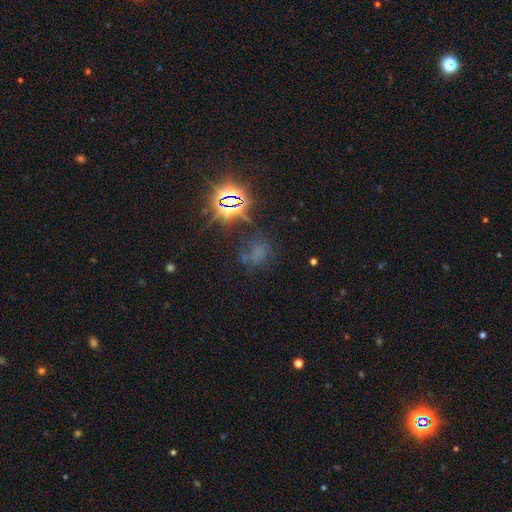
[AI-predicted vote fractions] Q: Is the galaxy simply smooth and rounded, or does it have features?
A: star or artifact — 62%.